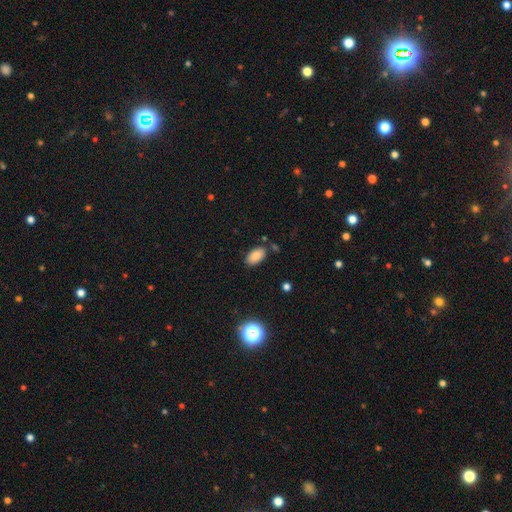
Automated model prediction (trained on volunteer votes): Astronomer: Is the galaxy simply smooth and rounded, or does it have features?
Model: smooth — 84%.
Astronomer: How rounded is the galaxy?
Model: in between — 94%.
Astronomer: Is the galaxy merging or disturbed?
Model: none — 80%.